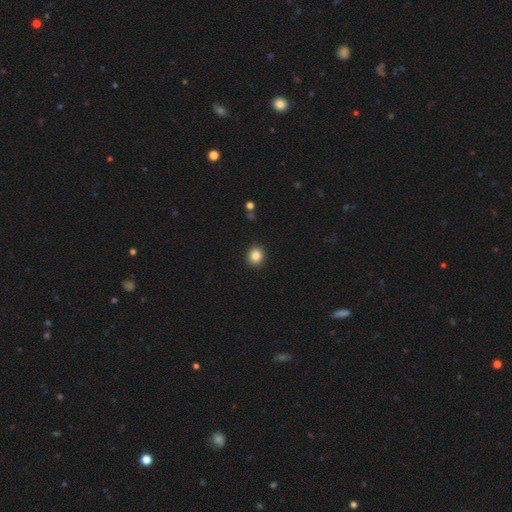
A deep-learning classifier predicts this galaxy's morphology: smooth_or_featured: smooth (p=0.84) [alt: star or artifact p=0.11]
how_rounded: round (p=0.88) [alt: in between p=0.11]
merging: none (p=0.92) [alt: minor disturbance p=0.05]